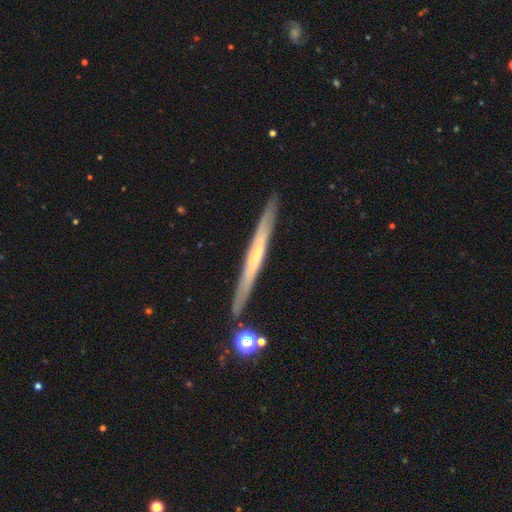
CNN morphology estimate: This is likely a featured or disk galaxy (60%). It is clearly viewed edge-on (95%). Edge-on bulge: likely none (72%). Merging: clearly none (89%).